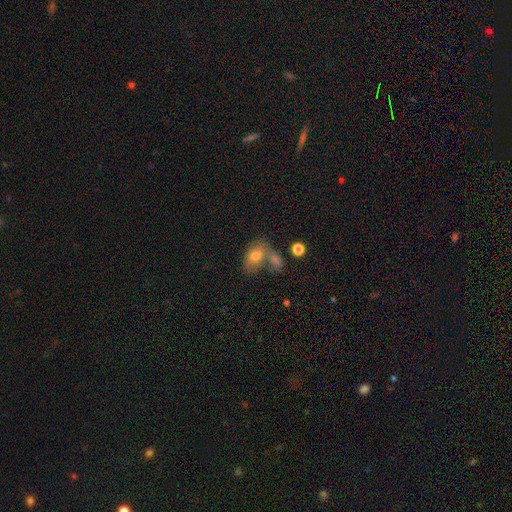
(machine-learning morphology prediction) This appears to be a smooth galaxy with no disk features (70%) that is in between round and cigar-shaped (84%). Merging: merger (44%).